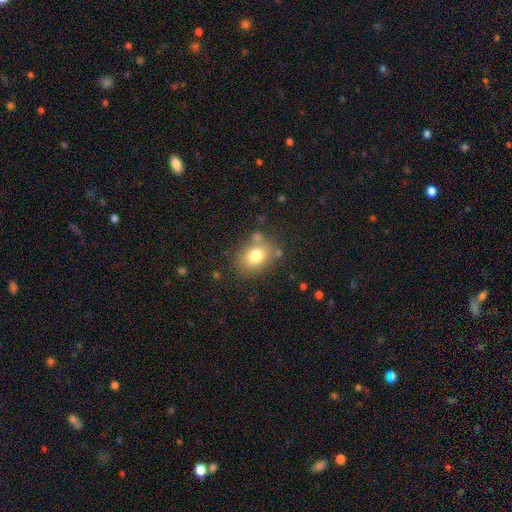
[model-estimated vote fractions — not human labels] Smooth or featured? smooth (77%)
How rounded? in between (53%)
Merging? none (72%)